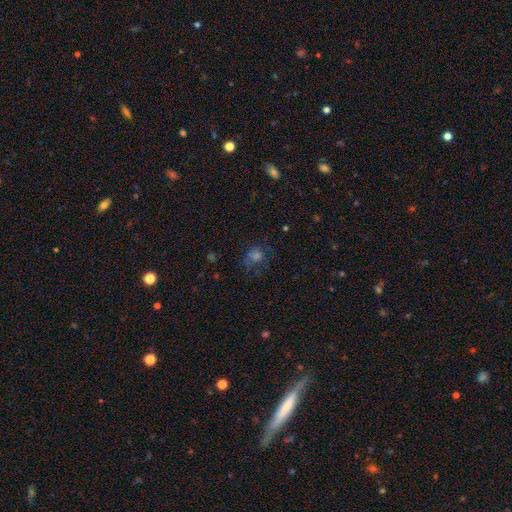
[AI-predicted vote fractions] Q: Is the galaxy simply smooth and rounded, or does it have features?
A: smooth — 47%.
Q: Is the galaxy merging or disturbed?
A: none — 58%.